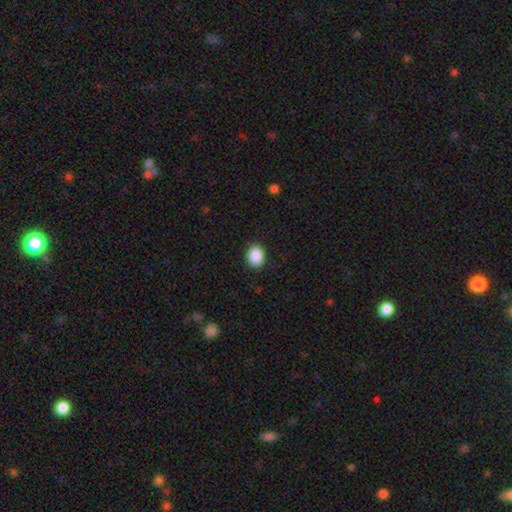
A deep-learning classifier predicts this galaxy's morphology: A smooth galaxy with no disk features (90%) that is in between round and cigar-shaped (54%). Merging: none (88%).